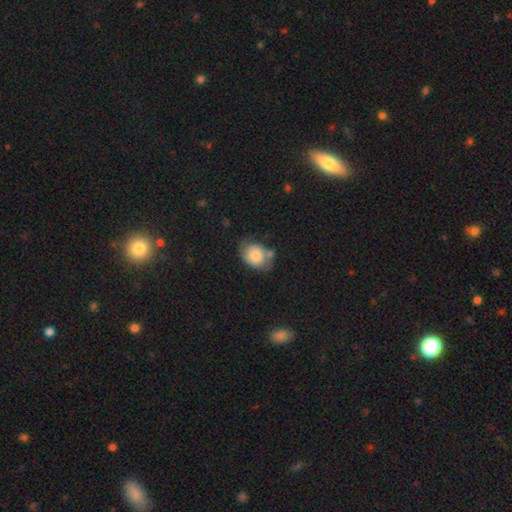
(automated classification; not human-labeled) The model was most divided on "merging": none: 48%, minor disturbance: 30%, merger: 12%, major disturbance: 10%. More confident: smooth or featured — smooth (73%); how rounded — in between (69%).